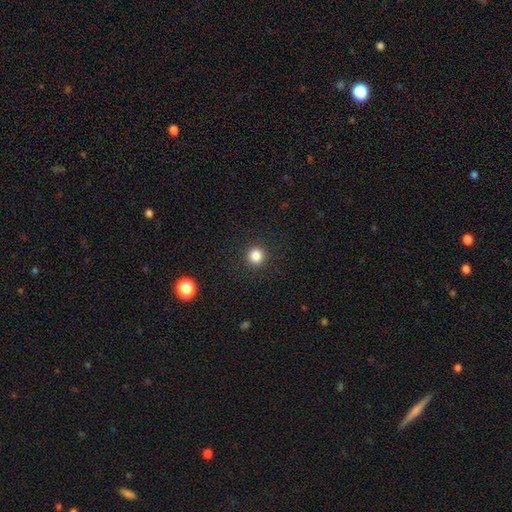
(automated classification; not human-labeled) smooth-or-featured: smooth: 85% | star or artifact: 11% | featured or disk: 4%
  how-rounded: round: 91% | in between: 8% | cigar-shaped: 1%
  merging: none: 92% | minor disturbance: 5% | major disturbance: 2% | merger: 1%